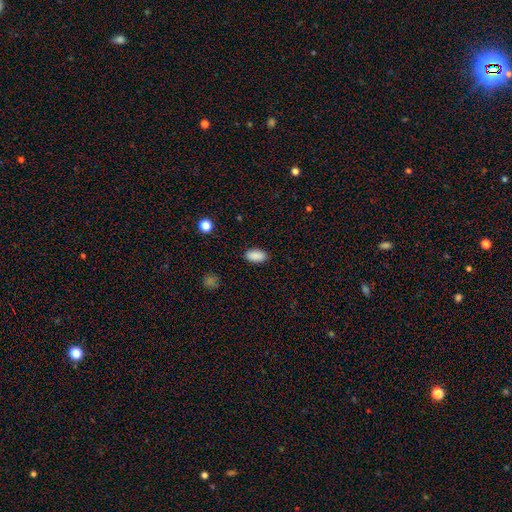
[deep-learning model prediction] Smooth or featured? Predicted: smooth (p=0.89). How rounded? Predicted: in between (p=0.93). Merging? Predicted: none (p=0.88).